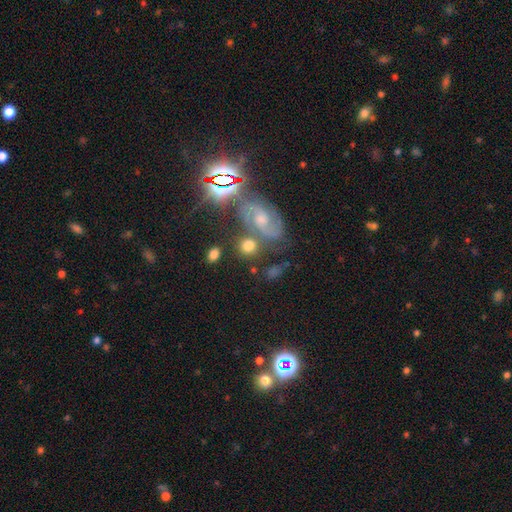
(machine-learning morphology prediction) A star or artifact, not a galaxy (42%).

Vote fractions:
- Smooth or featured? star or artifact: 42% / featured or disk: 41% / smooth: 17%